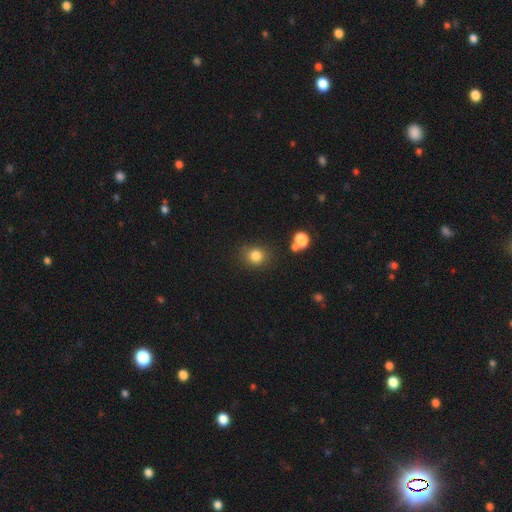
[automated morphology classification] This is clearly a smooth galaxy (82%). How rounded: likely round (78%). Merging: clearly none (81%).